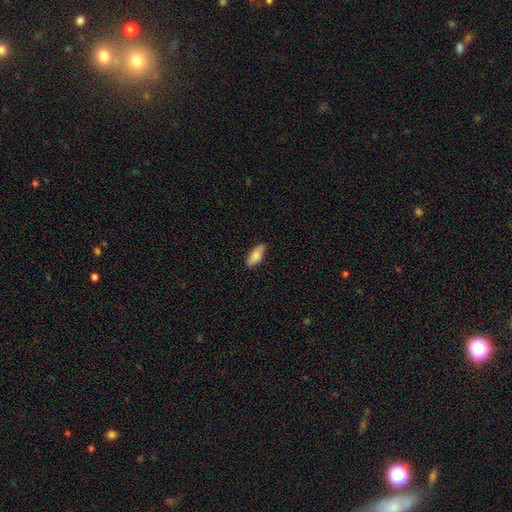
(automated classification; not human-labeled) smooth 83%, featured or disk 11%, star or artifact 6%. Down the decision tree: how rounded — in between (78%); merging — none (84%).